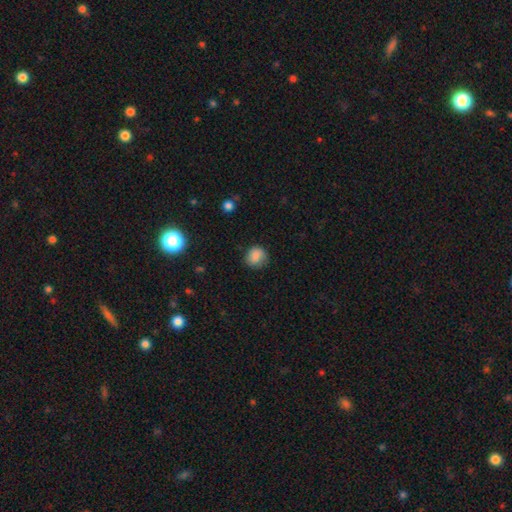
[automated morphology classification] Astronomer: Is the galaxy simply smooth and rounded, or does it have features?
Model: smooth — 81%.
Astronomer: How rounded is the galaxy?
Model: round — 82%.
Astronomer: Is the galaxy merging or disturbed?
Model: none — 73%.